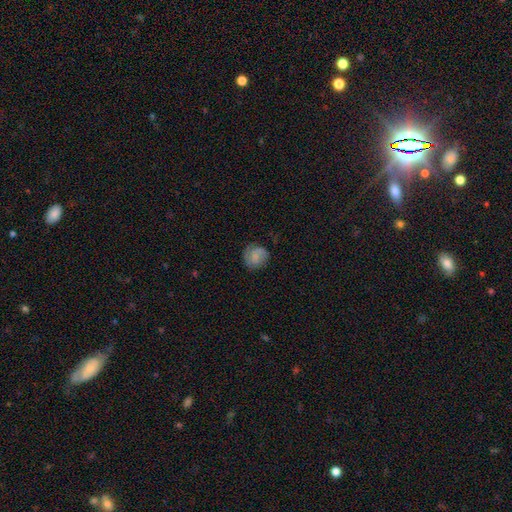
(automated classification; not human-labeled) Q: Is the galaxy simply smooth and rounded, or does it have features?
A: smooth — 61%.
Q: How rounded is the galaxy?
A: round — 84%.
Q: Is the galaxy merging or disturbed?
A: none — 74%.